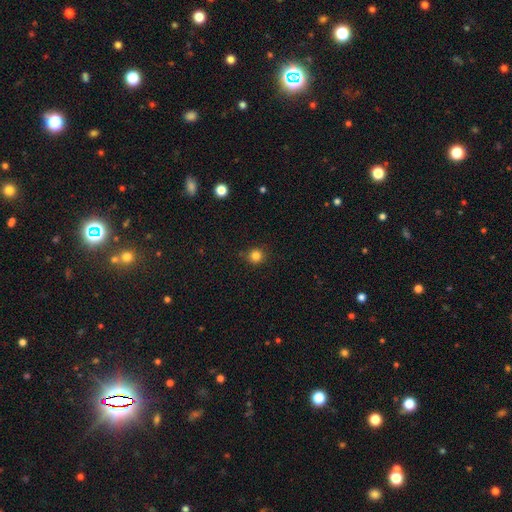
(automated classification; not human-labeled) Smooth or featured?
  - smooth: 83% *
  - star or artifact: 13%
  - featured or disk: 4%
How rounded?
  - round: 92% *
  - in between: 7%
  - cigar-shaped: 1%
Merging?
  - none: 87% *
  - minor disturbance: 9%
  - major disturbance: 2%
  - merger: 2%